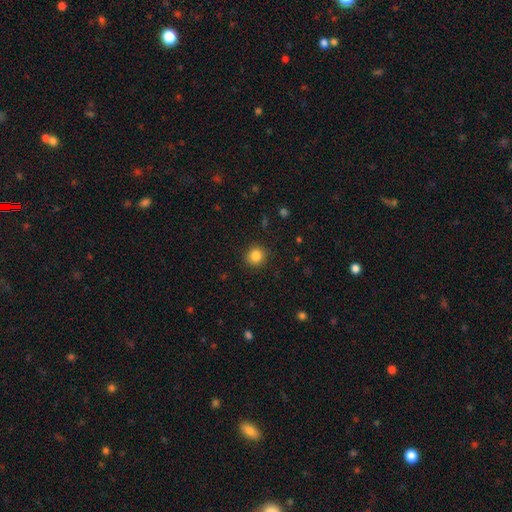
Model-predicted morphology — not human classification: Q: Smooth or featured?
A: smooth (85%); runner-up: star or artifact (11%)
Q: How rounded?
A: round (89%); runner-up: in between (10%)
Q: Merging?
A: none (89%); runner-up: minor disturbance (7%)